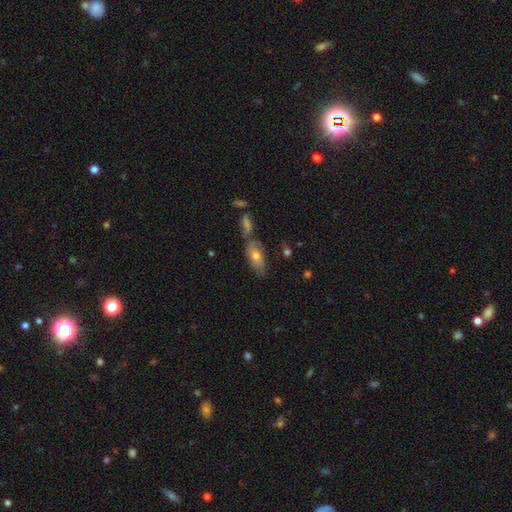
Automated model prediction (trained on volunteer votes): smooth 59%, featured or disk 33%, star or artifact 9%. Down the decision tree: how rounded — in between (82%); merging — none (49%).